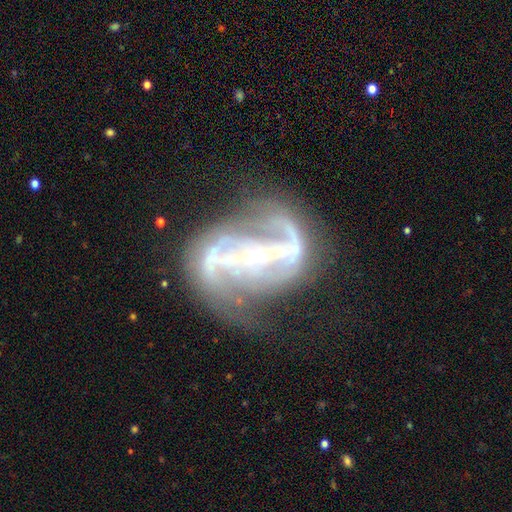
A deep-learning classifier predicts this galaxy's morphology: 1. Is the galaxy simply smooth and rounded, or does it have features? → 90% featured or disk, 6% star or artifact, 4% smooth.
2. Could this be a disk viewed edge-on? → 95% no, 5% yes.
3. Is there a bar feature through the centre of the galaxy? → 76% strong, 15% weak, 9% no.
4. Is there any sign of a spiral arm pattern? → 93% yes, 7% no.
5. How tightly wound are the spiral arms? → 43% medium, 33% loose, 23% tight.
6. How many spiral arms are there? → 75% 2, 10% can't tell, 6% 3, 4% 1, 3% 4, 3% more than 4.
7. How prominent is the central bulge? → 79% small, 17% moderate, 1% large, 1% none, 1% dominant.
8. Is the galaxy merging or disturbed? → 52% none, 22% minor disturbance, 22% major disturbance, 3% merger.